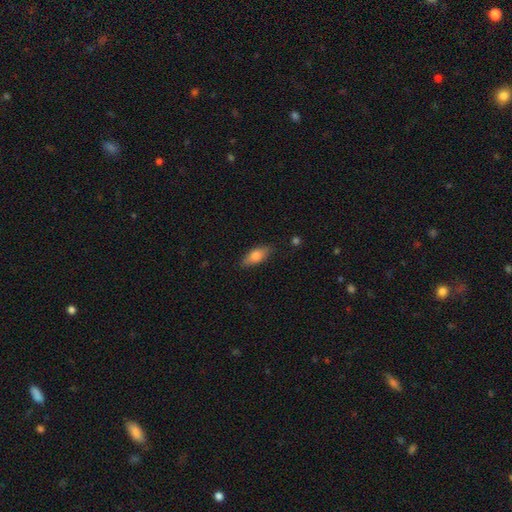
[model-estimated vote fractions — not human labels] Smooth or featured: smooth — 72% (featured or disk — 21%)
How rounded: in between — 79% (cigar-shaped — 17%)
Merging: none — 80% (minor disturbance — 16%)